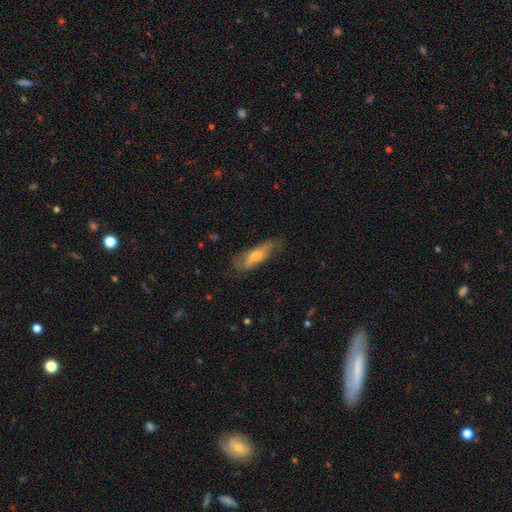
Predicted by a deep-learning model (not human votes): This is possibly a smooth galaxy (49%). Merging: likely none (63%).